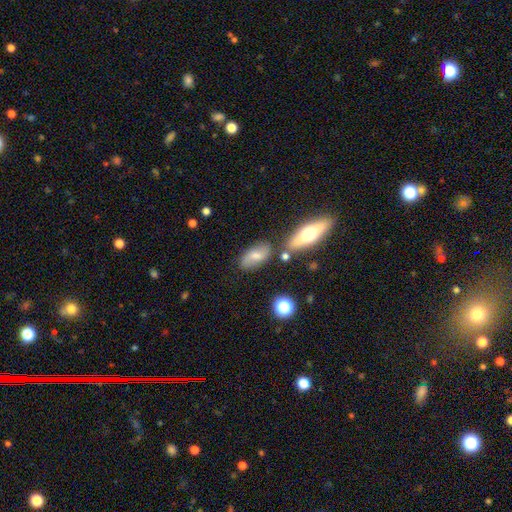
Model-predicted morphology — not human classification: smooth_or_featured: smooth (p=0.57) [alt: featured or disk p=0.34]
how_rounded: in between (p=0.86) [alt: cigar-shaped p=0.08]
merging: none (p=0.70) [alt: minor disturbance p=0.16]